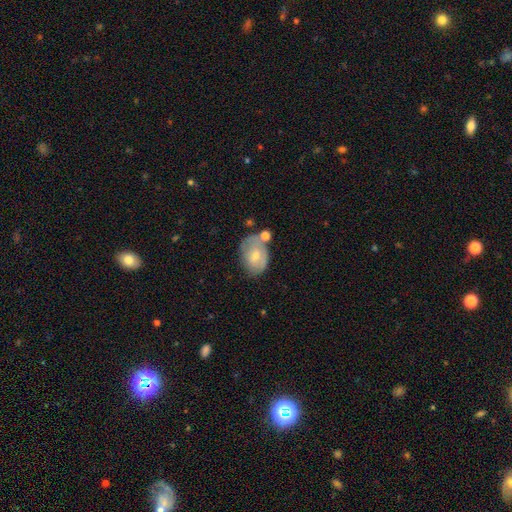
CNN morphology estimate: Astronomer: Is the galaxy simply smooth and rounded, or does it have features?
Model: smooth — 56% (runner-up: featured or disk, 37%).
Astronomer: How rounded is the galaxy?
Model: in between — 73%.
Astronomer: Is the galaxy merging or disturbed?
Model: none — 46% (runner-up: minor disturbance, 26%).